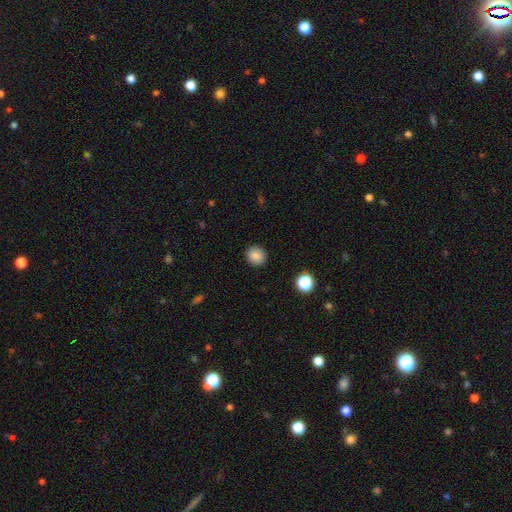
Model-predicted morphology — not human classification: This appears to be a smooth galaxy with no disk features (86%) that is round (89%). Merging: none (91%).